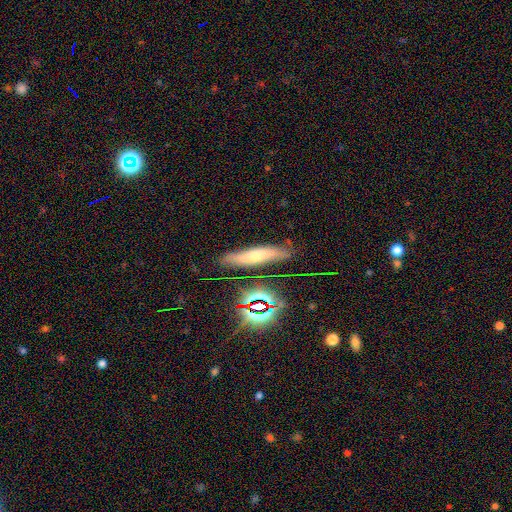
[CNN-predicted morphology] The model was most divided on "smooth or featured": smooth: 44%, featured or disk: 34%, star or artifact: 22%. More confident: merging — none (79%).